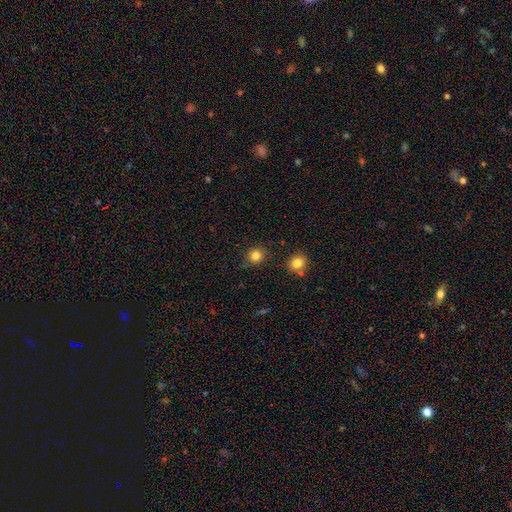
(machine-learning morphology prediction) This appears to be a smooth galaxy with no disk features (83%) that is round (87%). Merging: none (80%).